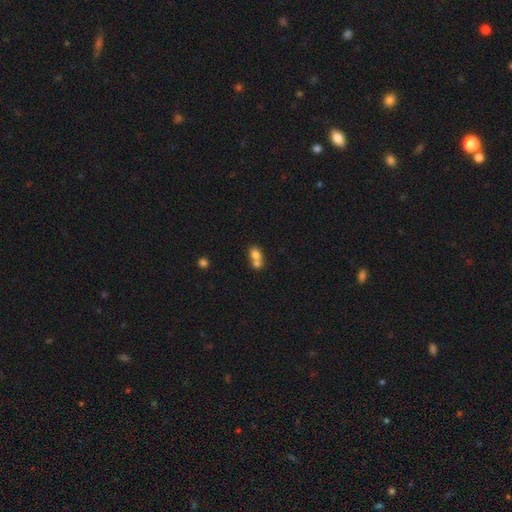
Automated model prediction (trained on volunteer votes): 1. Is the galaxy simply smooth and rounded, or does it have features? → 74% smooth, 15% featured or disk, 11% star or artifact.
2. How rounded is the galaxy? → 52% round, 47% in between, 2% cigar-shaped.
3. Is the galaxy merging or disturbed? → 67% merger, 24% none, 6% minor disturbance, 3% major disturbance.